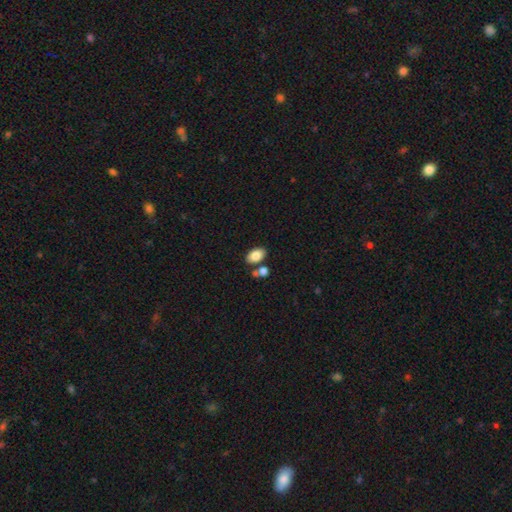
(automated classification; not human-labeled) A smooth galaxy with no disk features (84%) that is in between round and cigar-shaped (91%).

Vote fractions:
- Smooth or featured? smooth: 84% / featured or disk: 8% / star or artifact: 8%
- How rounded? in between: 91% / round: 7% / cigar-shaped: 1%
- Merging? none: 67% / merger: 18% / minor disturbance: 11% / major disturbance: 3%